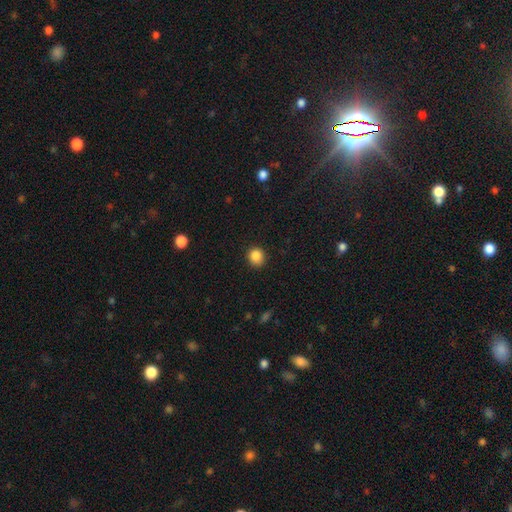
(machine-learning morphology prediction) A smooth galaxy with no disk features (86%) that is round (81%).

Vote fractions:
- Smooth or featured? smooth: 86% / star or artifact: 10% / featured or disk: 4%
- How rounded? round: 81% / in between: 18% / cigar-shaped: 1%
- Merging? none: 87% / minor disturbance: 10% / major disturbance: 2% / merger: 1%